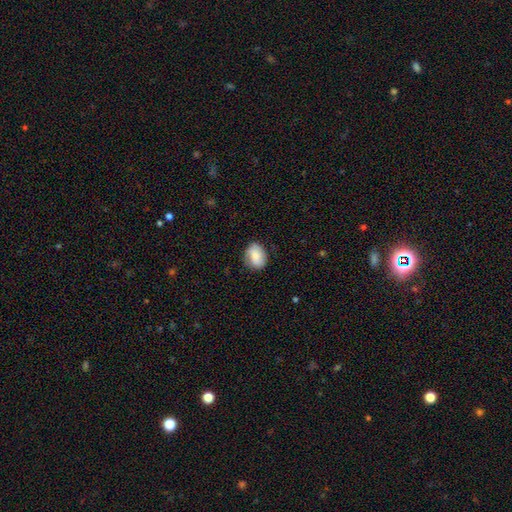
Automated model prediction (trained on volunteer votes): Overall: smooth (77%). How rounded: in between (59%; round 40%). Merging: none (76%).